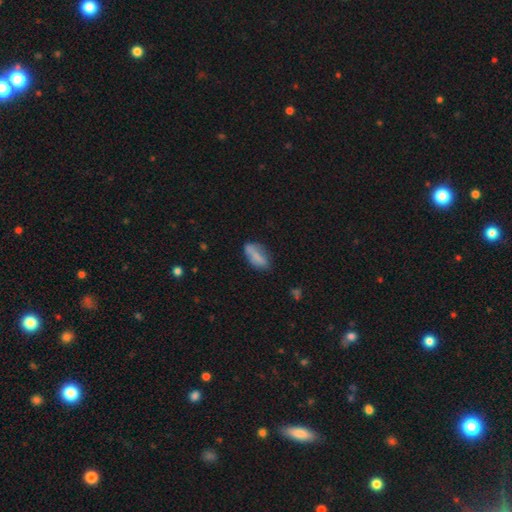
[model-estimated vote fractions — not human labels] Overall: smooth (71%). How rounded: in between (78%). Merging: none (58%; minor disturbance 28%).